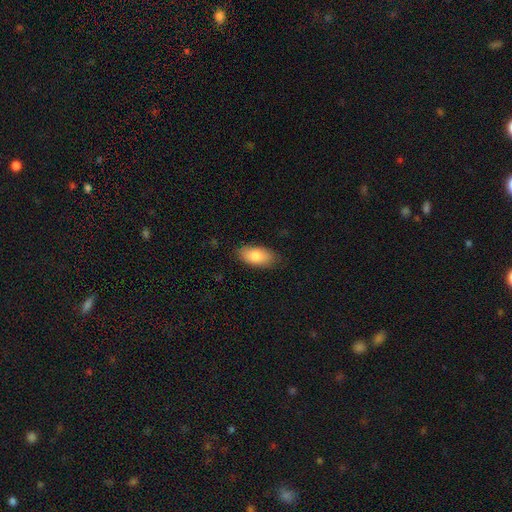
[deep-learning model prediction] Morphology: type=smooth (83%); roundness=in between (93%); merging=none (83%).